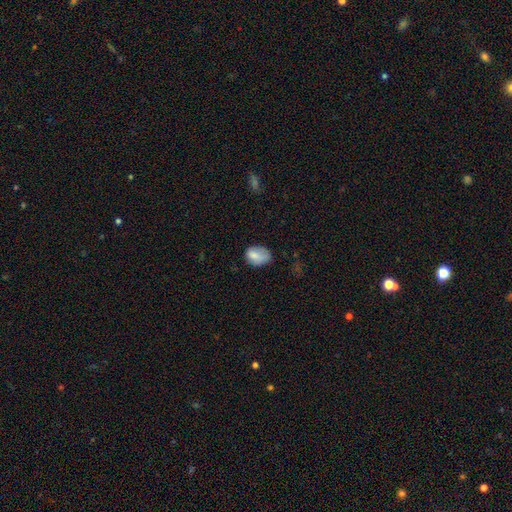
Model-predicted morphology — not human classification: The model was most divided on "merging": none: 51%, minor disturbance: 33%, major disturbance: 14%, merger: 3%. More confident: smooth or featured — smooth (78%); how rounded — in between (77%).